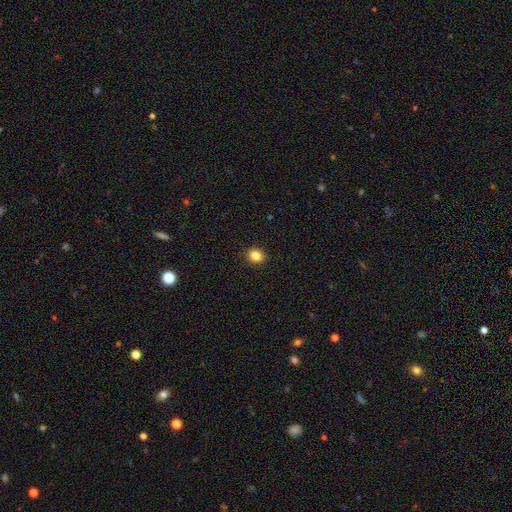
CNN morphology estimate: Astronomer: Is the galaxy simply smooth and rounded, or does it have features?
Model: smooth — 84%.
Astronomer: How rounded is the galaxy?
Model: round — 61% (runner-up: in between, 38%).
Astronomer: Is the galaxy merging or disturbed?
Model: none — 91%.